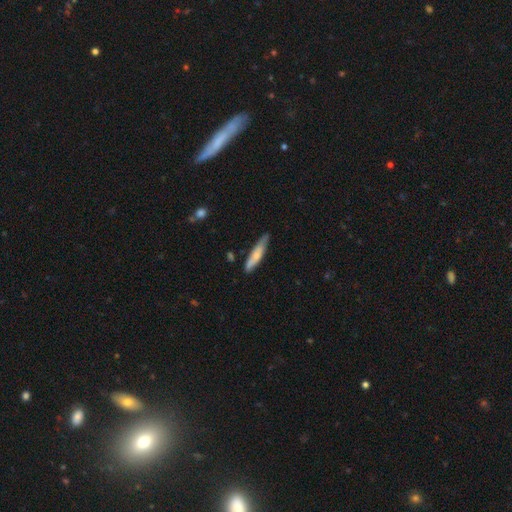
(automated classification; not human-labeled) Smooth or featured?
  - smooth: 72% *
  - featured or disk: 23%
  - star or artifact: 5%
How rounded?
  - cigar-shaped: 86% *
  - in between: 13%
  - round: 1%
Merging?
  - none: 74% *
  - minor disturbance: 21%
  - major disturbance: 3%
  - merger: 3%